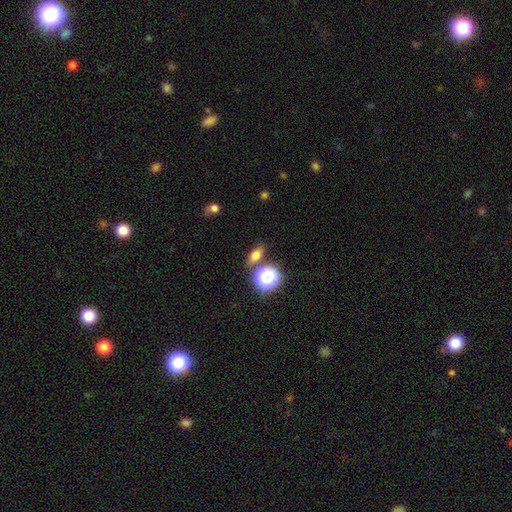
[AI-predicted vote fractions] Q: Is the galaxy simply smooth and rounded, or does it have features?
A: smooth — 67%.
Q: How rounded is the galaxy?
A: in between — 62%.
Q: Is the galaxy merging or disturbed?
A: none — 77%.